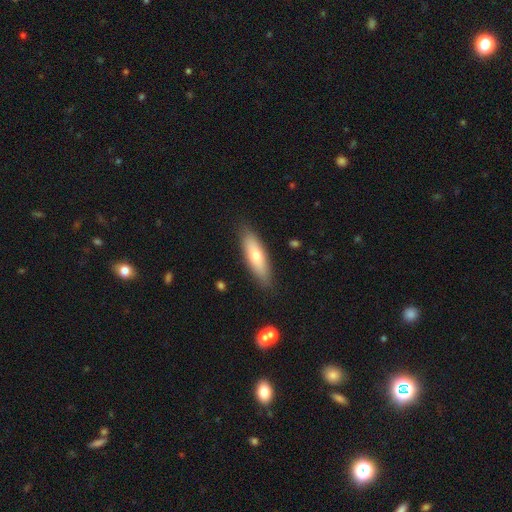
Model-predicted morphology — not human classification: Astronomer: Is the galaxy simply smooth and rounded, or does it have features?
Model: smooth — 62%.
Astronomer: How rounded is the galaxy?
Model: cigar-shaped — 56% (runner-up: in between, 42%).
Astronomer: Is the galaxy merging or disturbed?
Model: none — 87%.